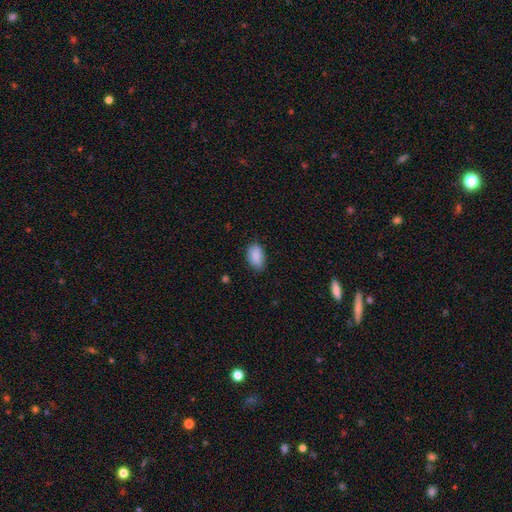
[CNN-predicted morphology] Smooth or featured? Predicted: smooth (p=0.88). How rounded? Predicted: in between (p=0.92). Merging? Predicted: none (p=0.75).